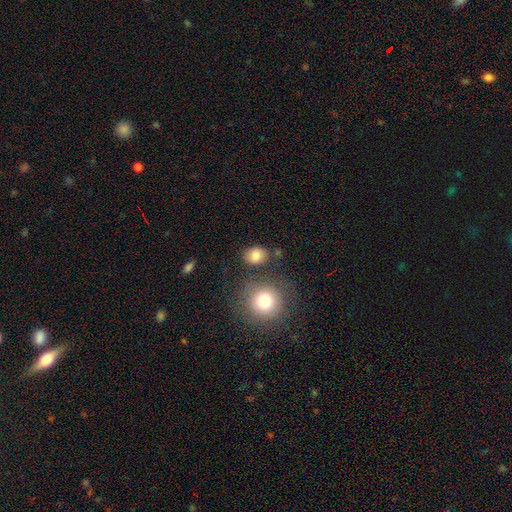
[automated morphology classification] Smooth or featured? Predicted: smooth (p=0.82). How rounded? Predicted: round (p=0.55). Merging? Predicted: none (p=0.77).